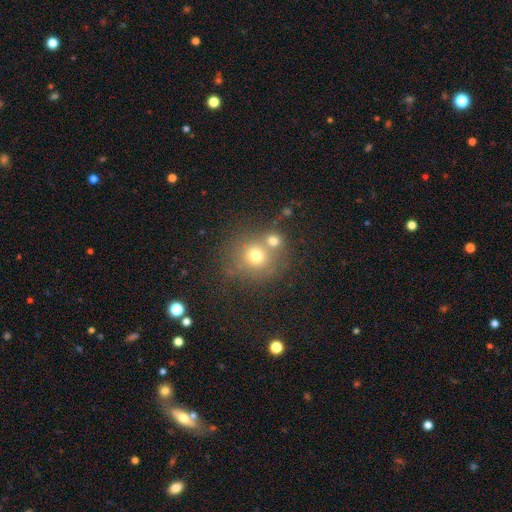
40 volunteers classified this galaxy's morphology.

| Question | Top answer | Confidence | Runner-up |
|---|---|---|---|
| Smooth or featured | smooth | 78% | star or artifact (12%) |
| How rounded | round | 97% | in between (3%) |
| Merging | merger | 43% | none (40%) |